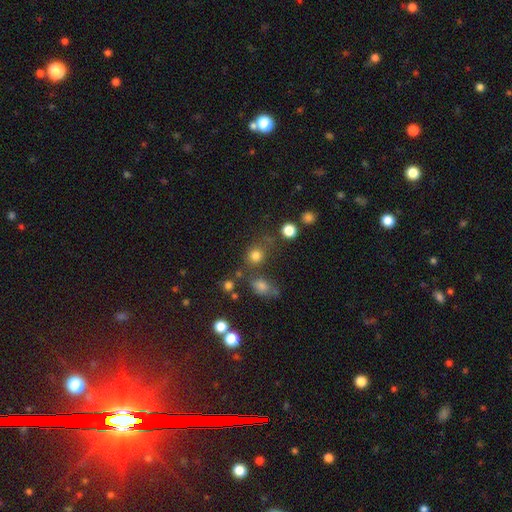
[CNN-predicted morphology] Overall: smooth (78%). How rounded: round (78%). Merging: none (65%).